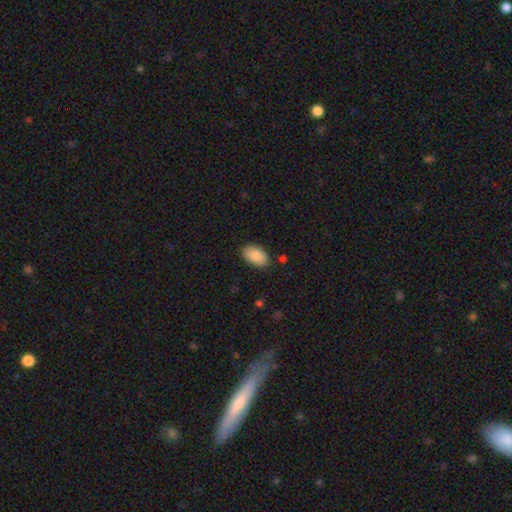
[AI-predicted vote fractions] Q: Smooth or featured?
A: smooth (89%); runner-up: star or artifact (6%)
Q: How rounded?
A: in between (94%); runner-up: round (4%)
Q: Merging?
A: none (86%); runner-up: minor disturbance (10%)